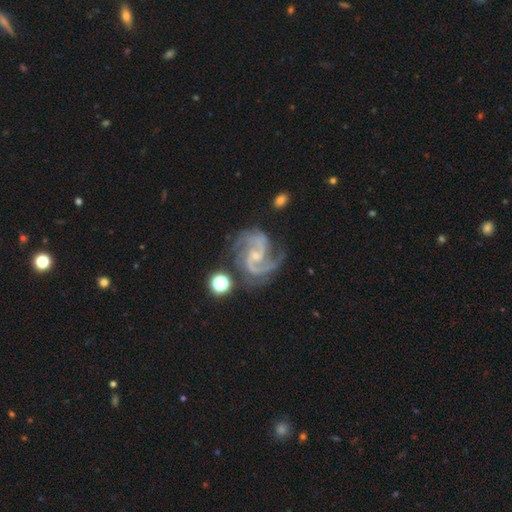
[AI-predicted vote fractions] Morphology: type=featured or disk (92%); edge-on=no (98%); bar=weak (44%); spiral arms=yes (99%); winding=medium (62%); arm count=2 (69%); bulge=small (74%); merging=none (68%).